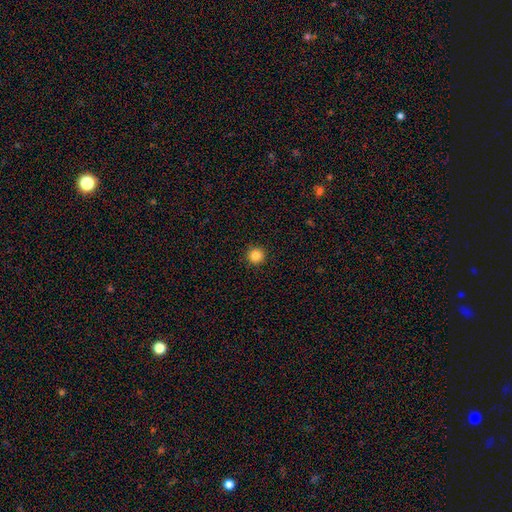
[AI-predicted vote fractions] Morphology: type=smooth (86%); roundness=round (96%); merging=none (92%).